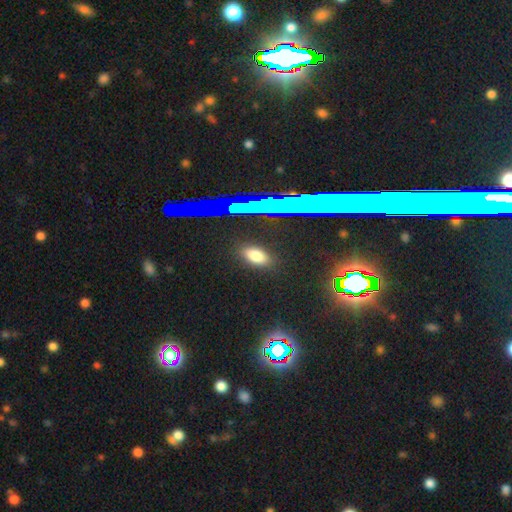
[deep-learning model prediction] Smooth or featured? smooth (77%)
How rounded? in between (86%)
Merging? none (88%)